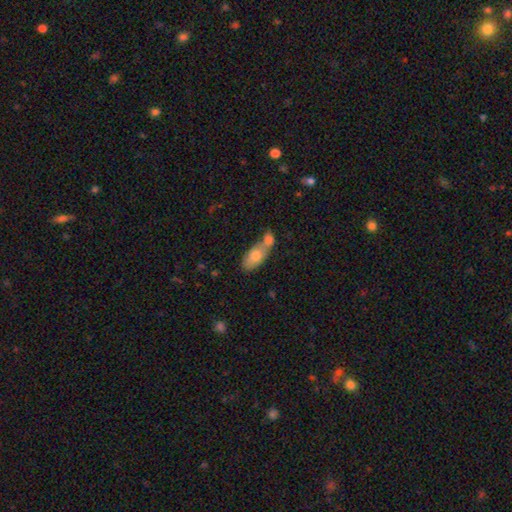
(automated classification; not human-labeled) Morphology: type=smooth (75%); roundness=in between (88%); merging=merger (54%).